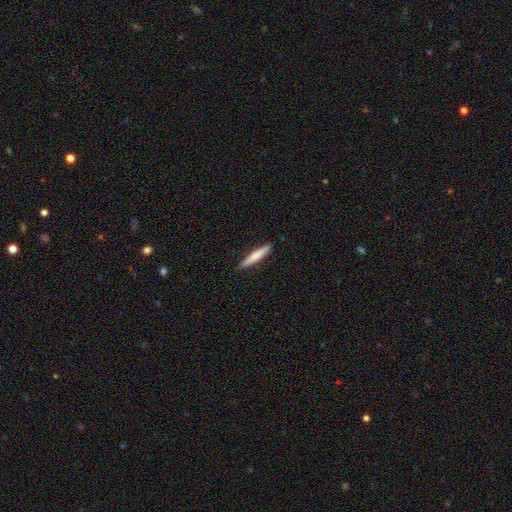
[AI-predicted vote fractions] This appears to be a smooth galaxy with no disk features (70%) that is cigar-shaped (93%). Merging: none (90%).